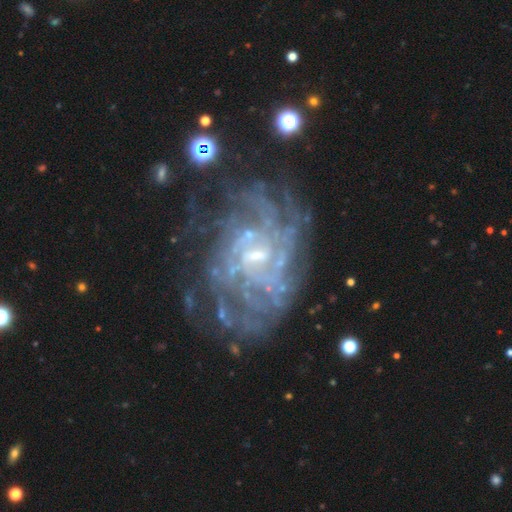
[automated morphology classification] Smooth or featured?
  - featured or disk: 85% *
  - star or artifact: 9%
  - smooth: 6%
Edge-on disk?
  - no: 98% *
  - yes: 2%
Bar?
  - weak: 51% *
  - no: 37%
  - strong: 12%
Spiral arms?
  - yes: 89% *
  - no: 11%
Spiral winding?
  - tight: 61% *
  - medium: 29%
  - loose: 10%
Spiral arm count?
  - can't tell: 49% *
  - more than 4: 14%
  - 4: 12%
  - 2: 9%
  - 3: 9%
  - 1: 6%
Bulge size?
  - small: 64% *
  - moderate: 23%
  - none: 10%
  - large: 2%
  - dominant: 1%
Merging?
  - none: 60% *
  - minor disturbance: 20%
  - major disturbance: 17%
  - merger: 3%